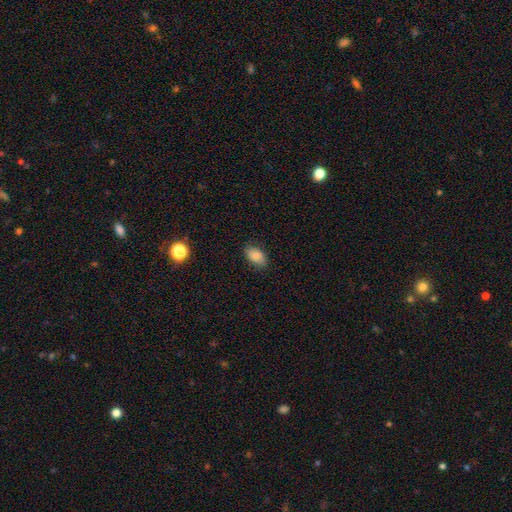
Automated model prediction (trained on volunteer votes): Smooth or featured? Predicted: smooth (p=0.86). How rounded? Predicted: in between (p=0.91). Merging? Predicted: none (p=0.84).